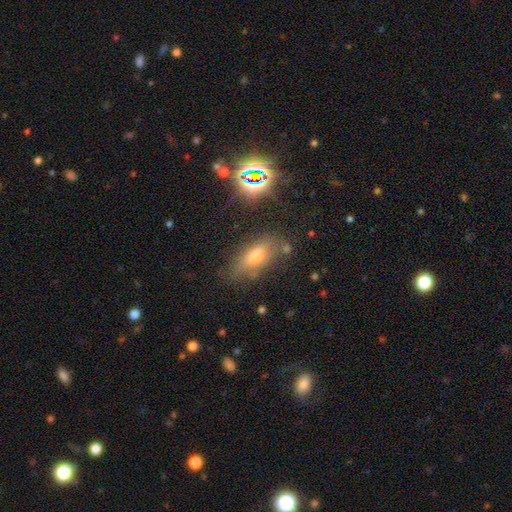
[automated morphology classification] A smooth galaxy with no disk features (57%) that is in between round and cigar-shaped (71%).

Vote fractions:
- Smooth or featured? smooth: 57% / featured or disk: 23% / star or artifact: 20%
- How rounded? in between: 71% / cigar-shaped: 24% / round: 5%
- Merging? none: 69% / minor disturbance: 19% / major disturbance: 8% / merger: 5%